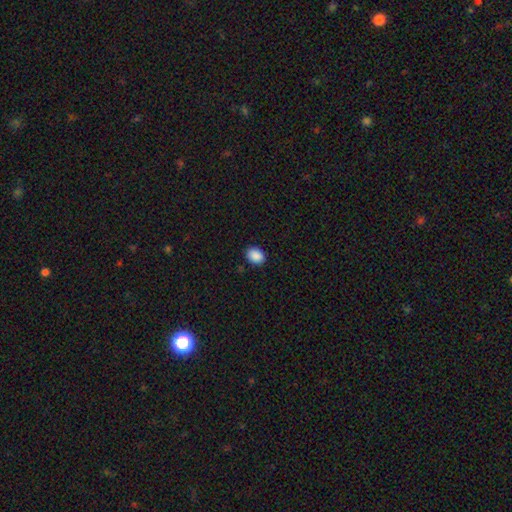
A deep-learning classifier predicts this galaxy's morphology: Smooth or featured?
  - smooth: 90% *
  - star or artifact: 8%
  - featured or disk: 2%
How rounded?
  - in between: 65% *
  - round: 35%
  - cigar-shaped: 1%
Merging?
  - none: 87% *
  - minor disturbance: 9%
  - major disturbance: 2%
  - merger: 1%